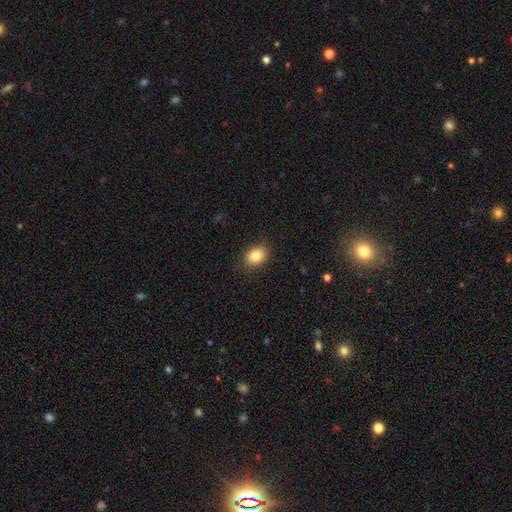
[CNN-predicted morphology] smooth-or-featured: smooth: 83% | star or artifact: 9% | featured or disk: 7%
  how-rounded: in between: 65% | round: 34% | cigar-shaped: 1%
  merging: none: 85% | minor disturbance: 11% | major disturbance: 3% | merger: 1%